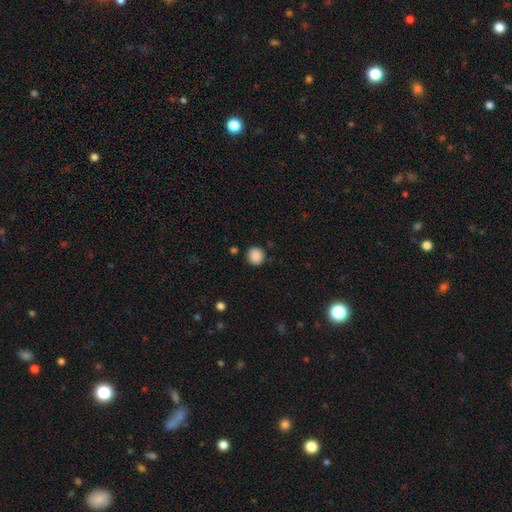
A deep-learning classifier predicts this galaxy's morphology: The model was most divided on "smooth or featured": smooth: 88%, star or artifact: 9%, featured or disk: 3%. More confident: how rounded — round (92%); merging — none (87%).